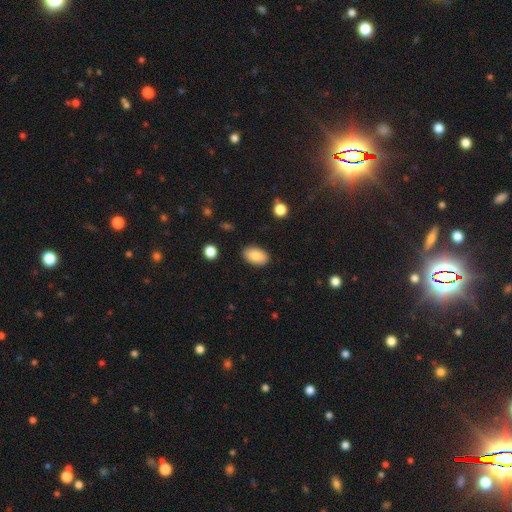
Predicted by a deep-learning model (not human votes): This appears to be a smooth galaxy with no disk features (85%) that is in between round and cigar-shaped (93%). Merging: none (87%).